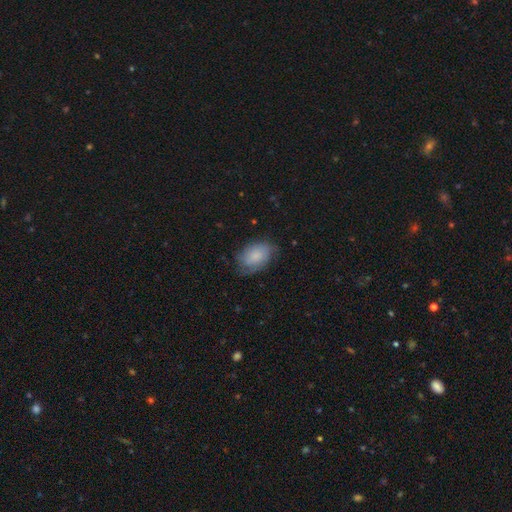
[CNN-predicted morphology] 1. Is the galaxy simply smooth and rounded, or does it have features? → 66% smooth, 27% featured or disk, 7% star or artifact.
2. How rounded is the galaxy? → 88% in between, 11% round, 1% cigar-shaped.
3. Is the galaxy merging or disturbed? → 63% none, 27% minor disturbance, 9% major disturbance, 1% merger.